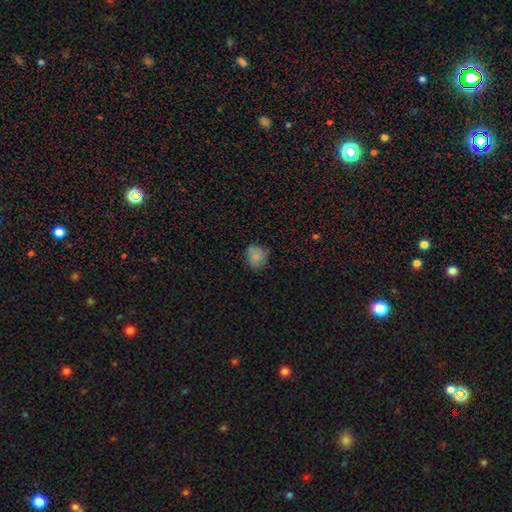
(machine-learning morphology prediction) smooth 78%, star or artifact 12%, featured or disk 10%. Down the decision tree: how rounded — round (70%); merging — none (72%).